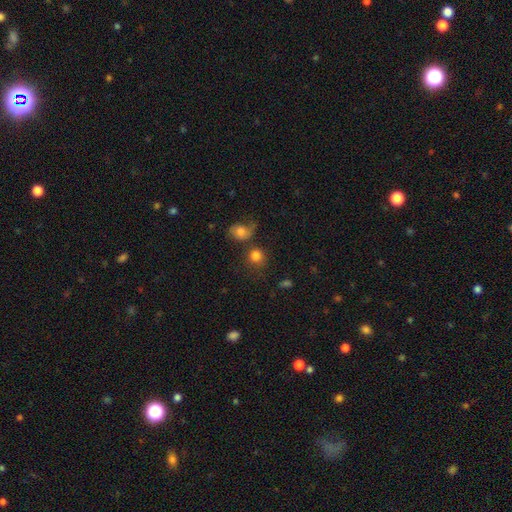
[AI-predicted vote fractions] smooth-or-featured: smooth: 80% | star or artifact: 11% | featured or disk: 10%
  how-rounded: round: 83% | in between: 15% | cigar-shaped: 1%
  merging: none: 59% | merger: 18% | minor disturbance: 14% | major disturbance: 8%